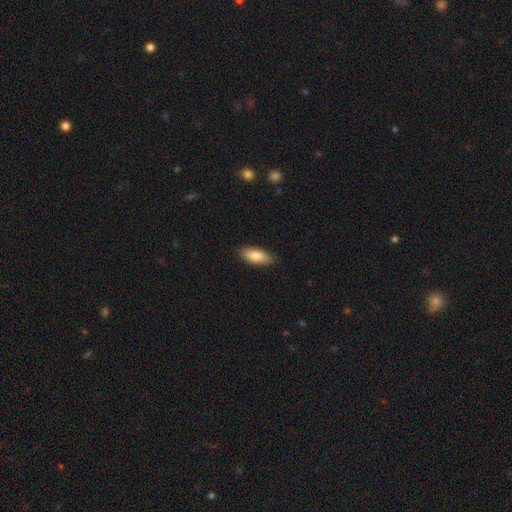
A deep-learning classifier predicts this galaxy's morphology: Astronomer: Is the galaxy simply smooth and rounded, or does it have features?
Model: smooth — 83%.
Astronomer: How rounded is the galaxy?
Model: in between — 79%.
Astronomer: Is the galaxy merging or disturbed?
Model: none — 86%.